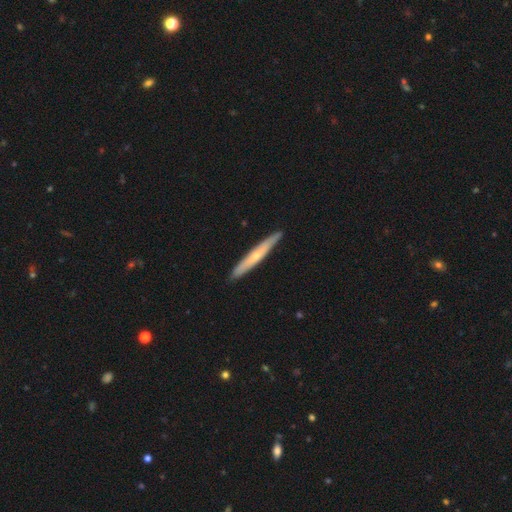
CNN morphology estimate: The model was most divided on "smooth or featured": featured or disk: 52%, smooth: 43%, star or artifact: 5%. More confident: edge-on disk — yes (91%); merging — none (90%).